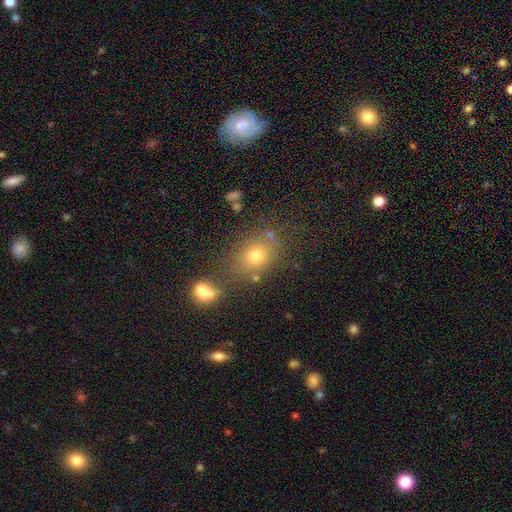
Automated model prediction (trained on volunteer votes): Morphology: type=smooth (73%); roundness=in between (53%); merging=none (66%).